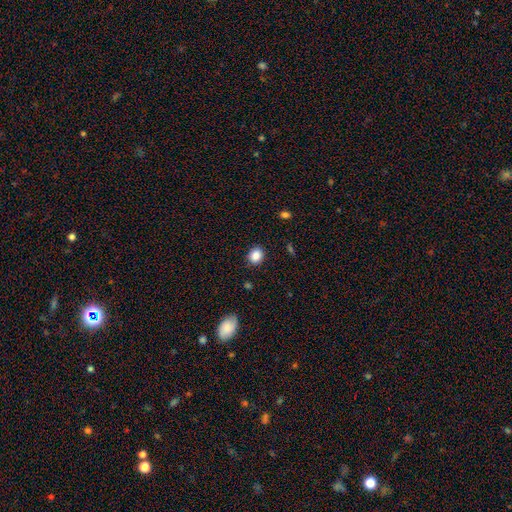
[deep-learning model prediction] smooth_or_featured: smooth (p=0.87) [alt: star or artifact p=0.09]
how_rounded: round (p=0.61) [alt: in between p=0.38]
merging: none (p=0.87) [alt: minor disturbance p=0.10]